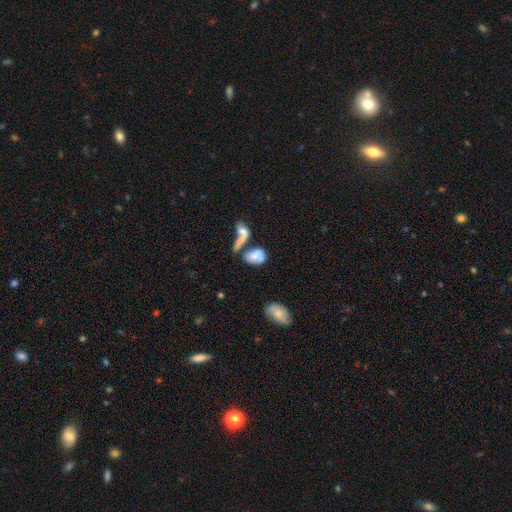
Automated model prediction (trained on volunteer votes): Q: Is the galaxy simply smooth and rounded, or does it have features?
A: smooth — 65%.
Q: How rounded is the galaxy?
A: in between — 85%.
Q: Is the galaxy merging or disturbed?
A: merger — 47%.